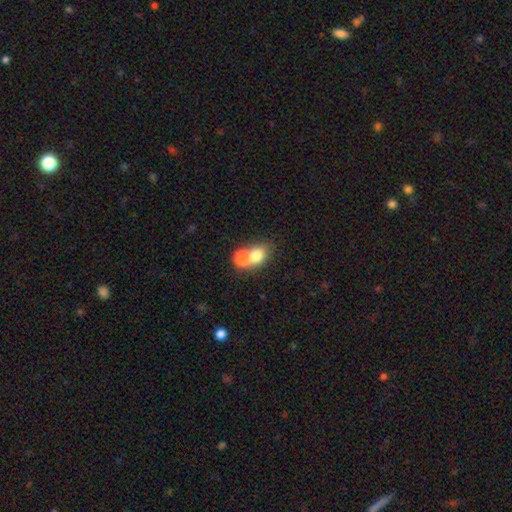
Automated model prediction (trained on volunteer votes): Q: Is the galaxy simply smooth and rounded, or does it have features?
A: smooth — 74%.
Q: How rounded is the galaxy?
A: round — 56%.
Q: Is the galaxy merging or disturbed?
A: merger — 53%.